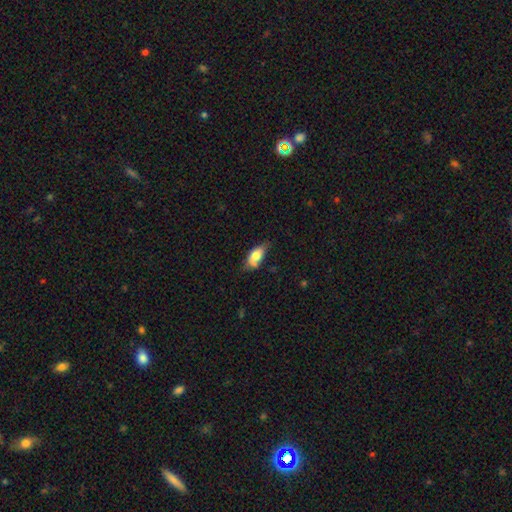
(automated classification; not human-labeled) Morphology: type=smooth (72%); roundness=in between (86%); merging=none (48%).